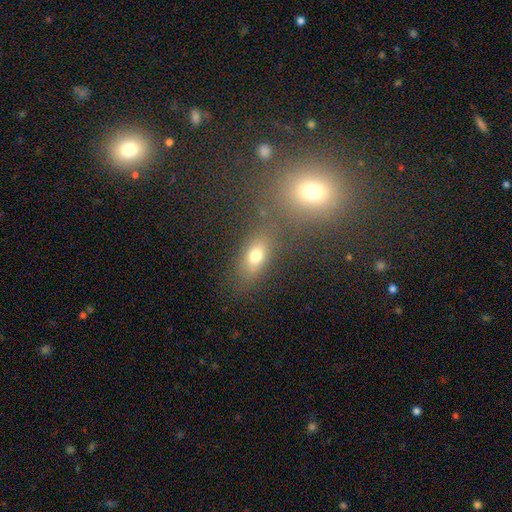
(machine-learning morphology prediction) Smooth or featured? Predicted: smooth (p=0.69). How rounded? Predicted: in between (p=0.71). Merging? Predicted: none (p=0.71).